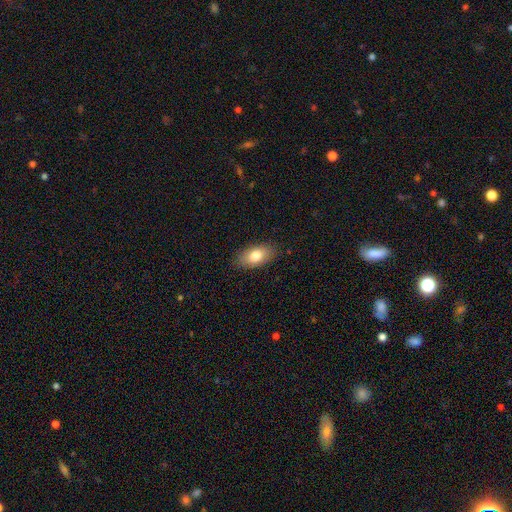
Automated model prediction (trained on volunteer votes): Smooth or featured? smooth (79%)
How rounded? in between (92%)
Merging? none (87%)